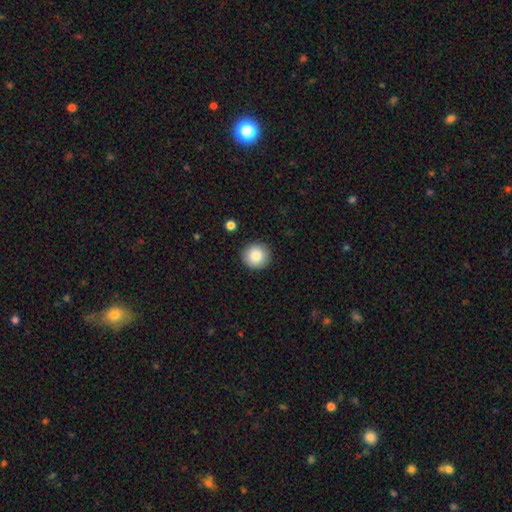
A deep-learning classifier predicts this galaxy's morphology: smooth-or-featured: smooth: 84% | star or artifact: 9% | featured or disk: 7%
  how-rounded: round: 93% | in between: 6% | cigar-shaped: 1%
  merging: none: 91% | minor disturbance: 6% | major disturbance: 2% | merger: 1%